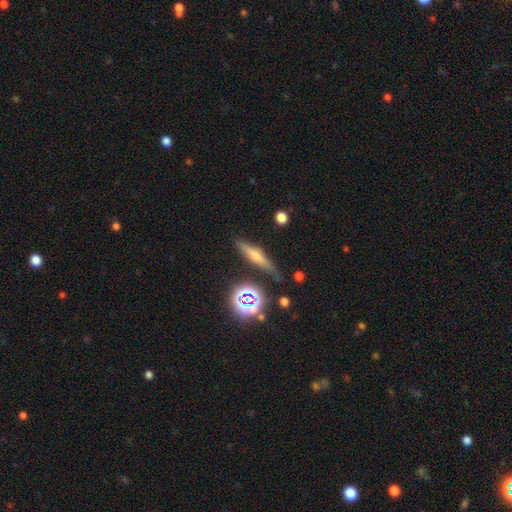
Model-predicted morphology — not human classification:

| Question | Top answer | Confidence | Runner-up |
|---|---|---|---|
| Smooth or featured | smooth | 48% | featured or disk (38%) |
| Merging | none | 80% | minor disturbance (13%) |